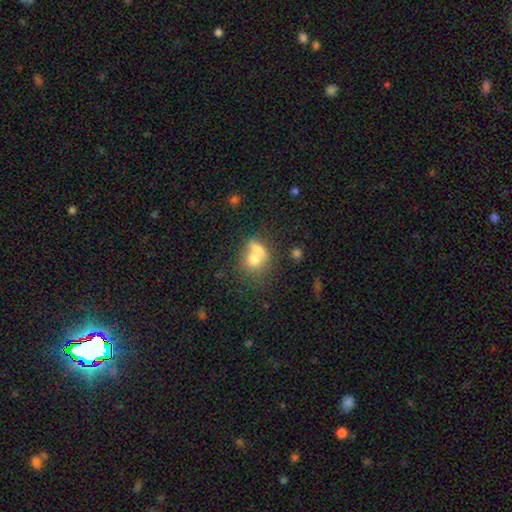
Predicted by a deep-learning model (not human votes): A smooth galaxy with no disk features (70%) that is round (58%). Merging: merger (65%).